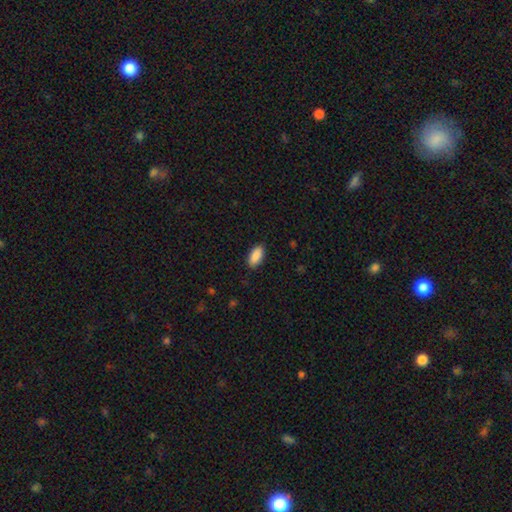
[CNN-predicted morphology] Smooth or featured?
  - smooth: 90% *
  - star or artifact: 6%
  - featured or disk: 3%
How rounded?
  - in between: 92% *
  - cigar-shaped: 6%
  - round: 2%
Merging?
  - none: 88% *
  - minor disturbance: 9%
  - major disturbance: 2%
  - merger: 1%